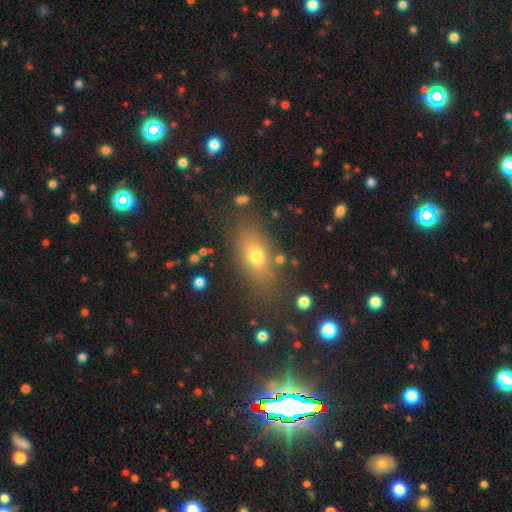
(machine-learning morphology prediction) The model was most divided on "smooth or featured": smooth: 69%, featured or disk: 16%, star or artifact: 14%. More confident: merging — none (79%); how rounded — in between (72%).